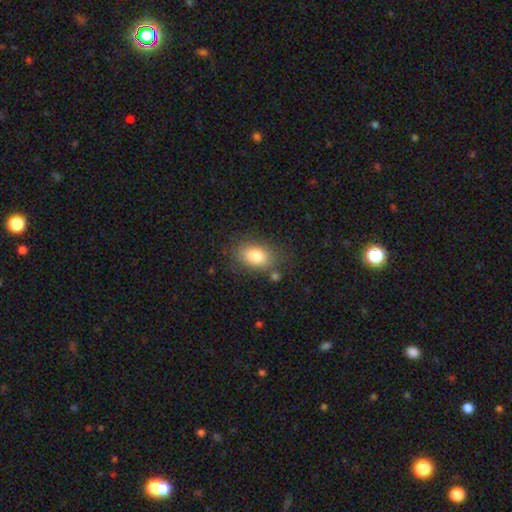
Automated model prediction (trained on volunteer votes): A smooth galaxy with no disk features (80%) that is in between round and cigar-shaped (81%). Merging: none (76%).